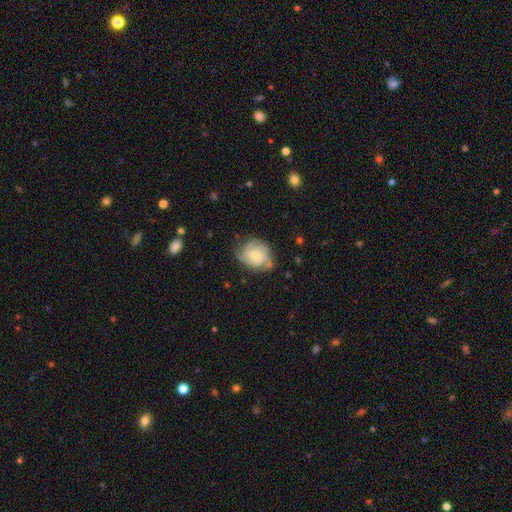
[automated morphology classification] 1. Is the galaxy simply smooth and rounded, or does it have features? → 83% featured or disk, 11% smooth, 6% star or artifact.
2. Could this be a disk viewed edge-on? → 98% no, 2% yes.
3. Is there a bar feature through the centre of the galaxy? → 73% no, 23% weak, 4% strong.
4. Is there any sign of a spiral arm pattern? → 97% yes, 3% no.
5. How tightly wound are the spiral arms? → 55% tight, 37% medium, 8% loose.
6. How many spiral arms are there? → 39% 3, 28% 4, 14% can't tell, 9% 2, 5% more than 4, 5% 1.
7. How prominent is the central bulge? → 66% small, 28% moderate, 3% none, 2% large, 1% dominant.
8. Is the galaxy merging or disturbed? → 73% none, 19% minor disturbance, 7% major disturbance, 1% merger.